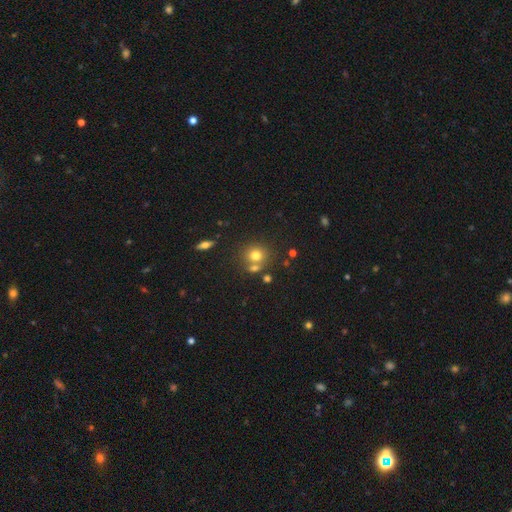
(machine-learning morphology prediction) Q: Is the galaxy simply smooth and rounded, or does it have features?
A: smooth — 74%.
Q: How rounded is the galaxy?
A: round — 82%.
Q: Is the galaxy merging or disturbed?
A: none — 61%.